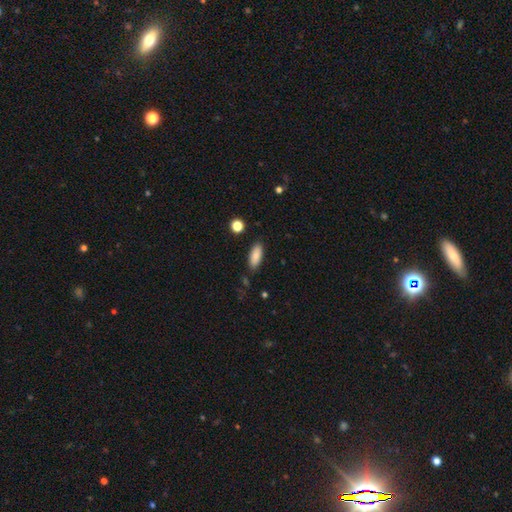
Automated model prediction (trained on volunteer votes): The model was most divided on "how rounded": in between: 79%, cigar-shaped: 19%, round: 2%. More confident: merging — none (84%); smooth or featured — smooth (84%).